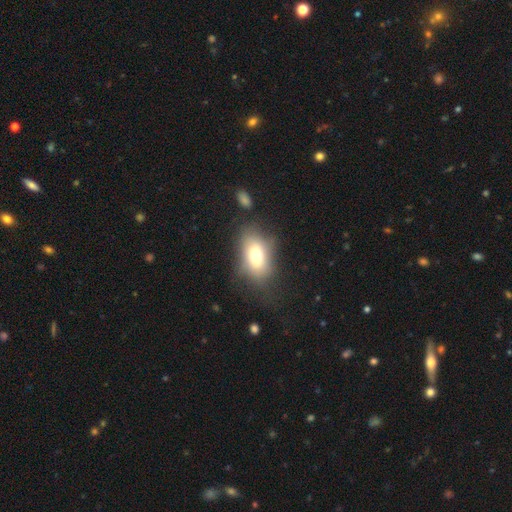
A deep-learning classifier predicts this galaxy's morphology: A smooth galaxy with no disk features (72%) that is in between round and cigar-shaped (86%). Merging: none (63%).